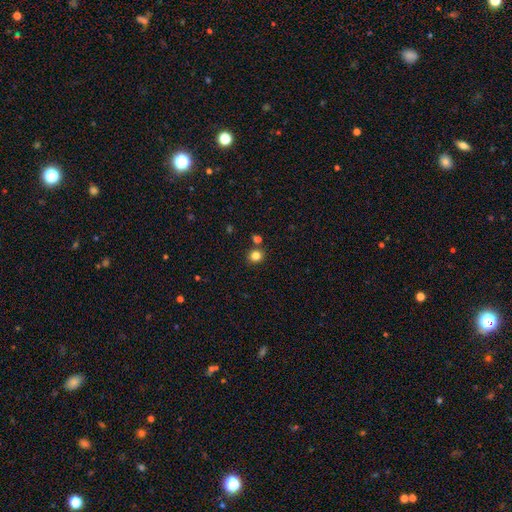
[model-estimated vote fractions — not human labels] smooth-or-featured: smooth: 83% | star or artifact: 12% | featured or disk: 5%
  how-rounded: round: 79% | in between: 20% | cigar-shaped: 1%
  merging: none: 79% | merger: 11% | minor disturbance: 8% | major disturbance: 2%